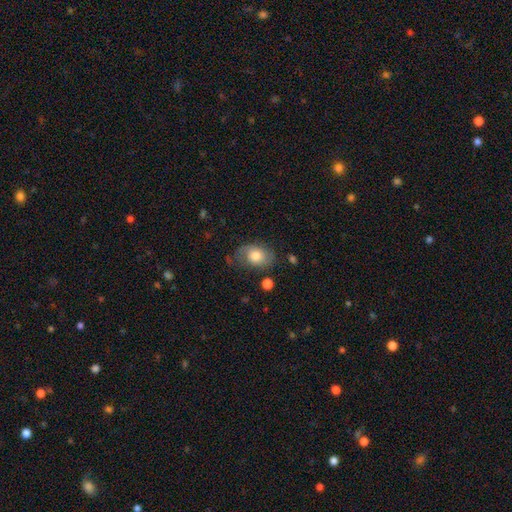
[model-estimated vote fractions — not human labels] Morphology: type=smooth (60%); roundness=in between (75%); merging=none (56%).